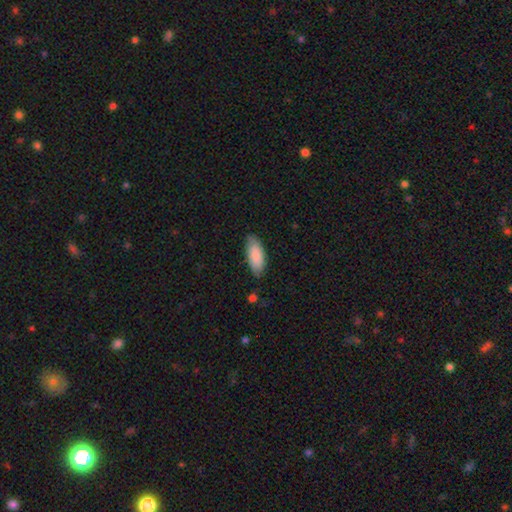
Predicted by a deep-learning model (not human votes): Q: Smooth or featured?
A: smooth (86%); runner-up: featured or disk (9%)
Q: How rounded?
A: in between (82%); runner-up: cigar-shaped (16%)
Q: Merging?
A: none (79%); runner-up: minor disturbance (16%)